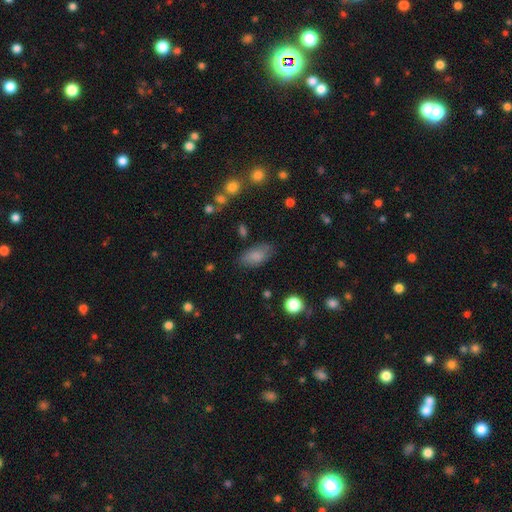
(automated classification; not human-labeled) Smooth or featured?
  - smooth: 81% *
  - featured or disk: 10%
  - star or artifact: 9%
How rounded?
  - in between: 92% *
  - round: 5%
  - cigar-shaped: 3%
Merging?
  - none: 74% *
  - minor disturbance: 18%
  - major disturbance: 5%
  - merger: 2%